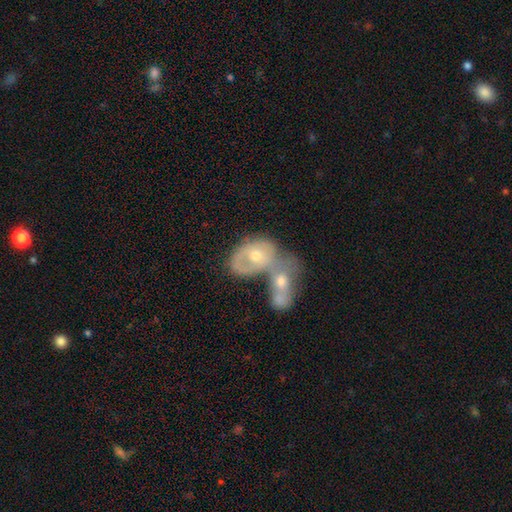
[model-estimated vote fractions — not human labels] Morphology: type=featured or disk (51%); edge-on=no (94%); merging=merger (75%).